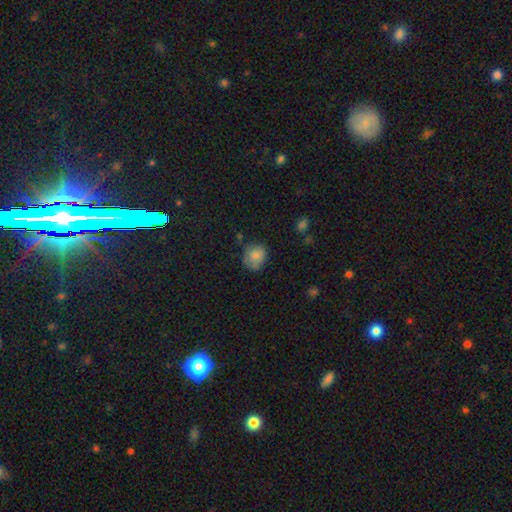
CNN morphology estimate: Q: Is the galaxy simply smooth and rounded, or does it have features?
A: smooth — 80%.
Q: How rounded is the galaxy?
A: round — 74%.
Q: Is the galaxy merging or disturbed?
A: none — 65%.